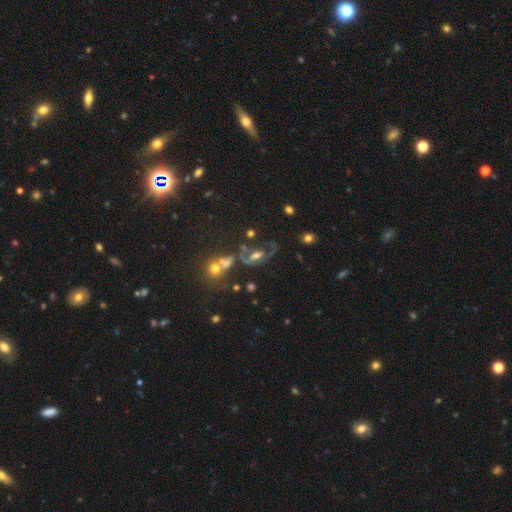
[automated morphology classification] The model was most divided on "bar": no: 46%, weak: 35%, strong: 19%. Remaining: edge-on disk — no (92%); spiral arms — yes (66%); smooth or featured — featured or disk (61%); bulge size — moderate (51%); merging — none (38%).